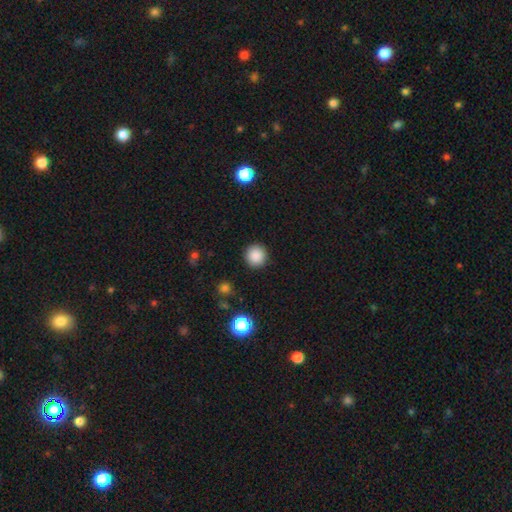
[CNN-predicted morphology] type=smooth (87%); roundness=round (95%); merging=none (92%).